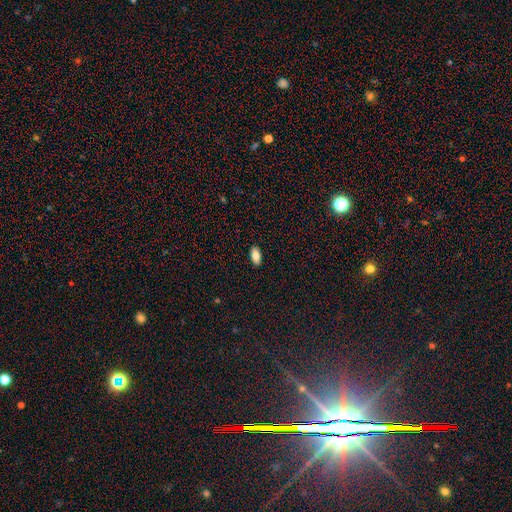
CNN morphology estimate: smooth-or-featured: smooth: 80% | featured or disk: 12% | star or artifact: 7%
  how-rounded: in between: 92% | cigar-shaped: 5% | round: 4%
  merging: none: 89% | minor disturbance: 8% | major disturbance: 2% | merger: 1%